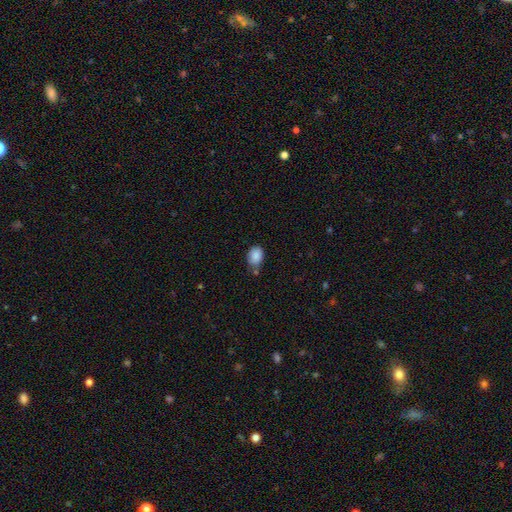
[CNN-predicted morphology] This is clearly a smooth galaxy (87%). How rounded: likely in between (68%). Merging: possibly none (59%).